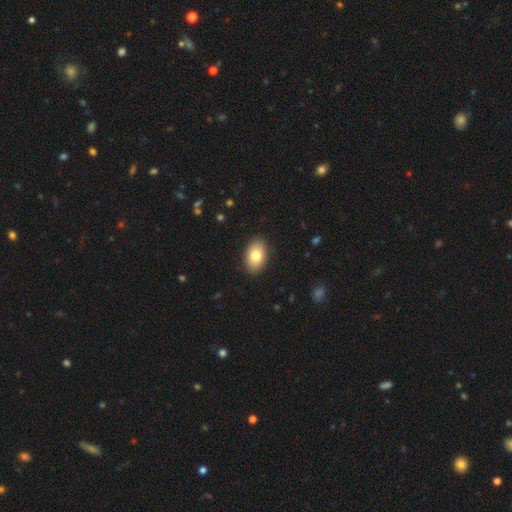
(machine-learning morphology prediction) smooth 80%, featured or disk 12%, star or artifact 8%. Down the decision tree: how rounded — in between (89%); merging — none (89%).